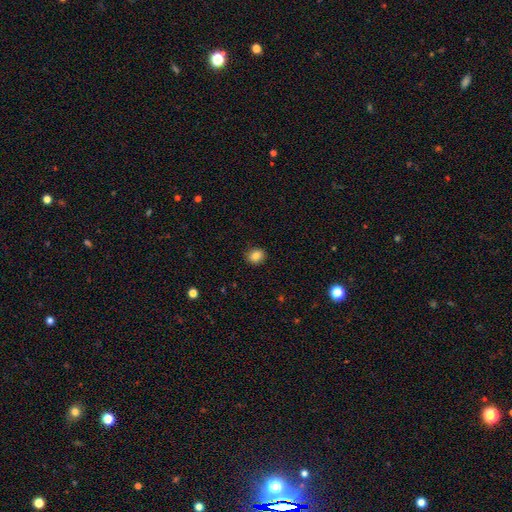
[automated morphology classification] Smooth or featured: smooth — 85% (star or artifact — 10%)
How rounded: round — 62% (in between — 37%)
Merging: none — 89% (minor disturbance — 8%)